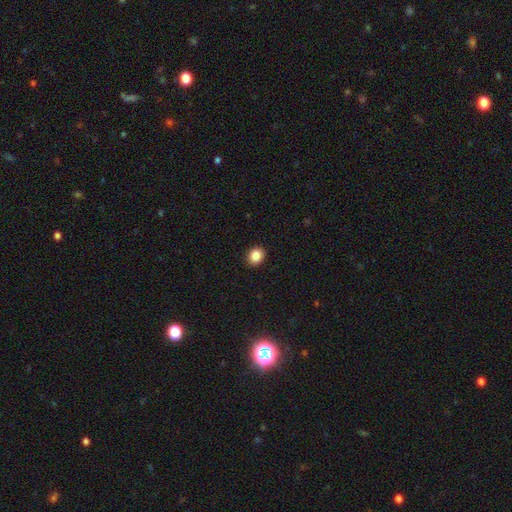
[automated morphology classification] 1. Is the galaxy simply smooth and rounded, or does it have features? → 87% smooth, 9% star or artifact, 4% featured or disk.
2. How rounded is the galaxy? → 60% round, 39% in between, 1% cigar-shaped.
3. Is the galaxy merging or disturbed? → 91% none, 6% minor disturbance, 2% major disturbance, 1% merger.